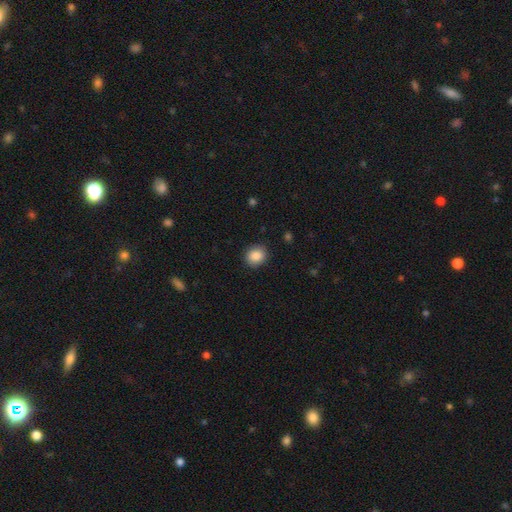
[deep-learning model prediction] This is clearly a smooth galaxy (88%). How rounded: likely round (70%). Merging: clearly none (88%).